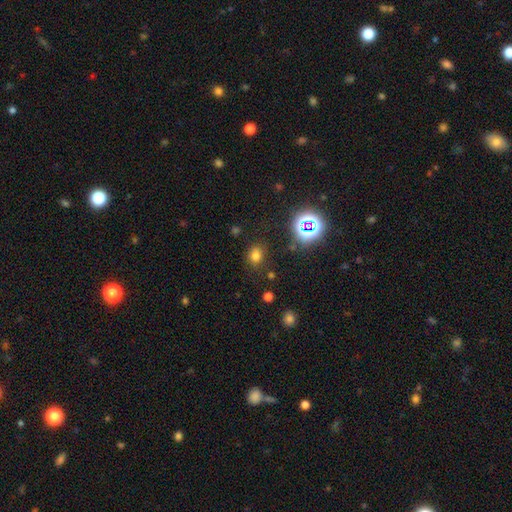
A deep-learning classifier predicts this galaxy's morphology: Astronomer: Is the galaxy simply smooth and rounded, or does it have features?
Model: smooth — 70%.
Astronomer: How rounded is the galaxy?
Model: round — 66%.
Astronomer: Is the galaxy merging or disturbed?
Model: none — 81%.